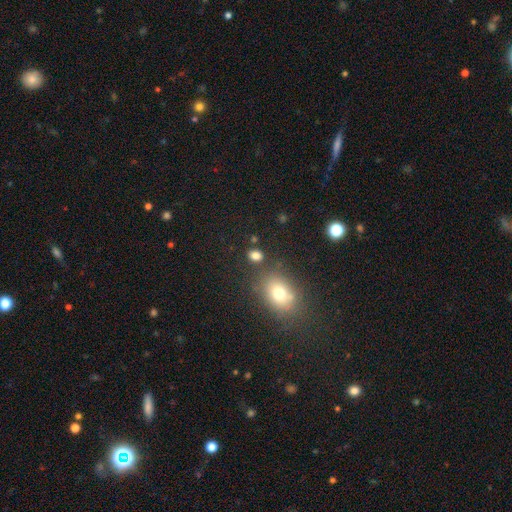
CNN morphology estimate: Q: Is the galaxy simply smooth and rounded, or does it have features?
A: smooth — 80%.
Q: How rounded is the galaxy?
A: in between — 58%.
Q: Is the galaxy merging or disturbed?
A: none — 77%.